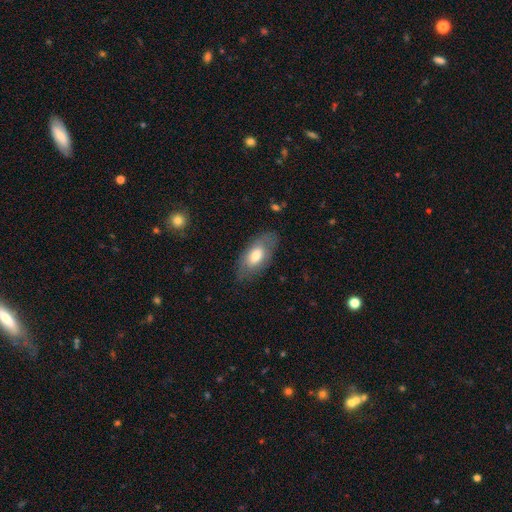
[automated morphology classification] Q: Smooth or featured?
A: smooth (66%); runner-up: featured or disk (28%)
Q: How rounded?
A: in between (91%); runner-up: cigar-shaped (6%)
Q: Merging?
A: none (75%); runner-up: minor disturbance (18%)